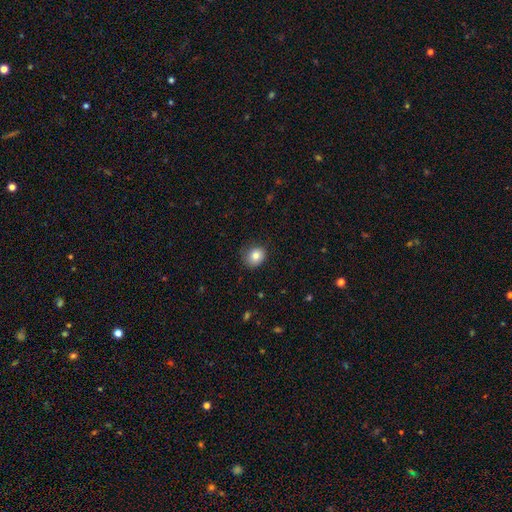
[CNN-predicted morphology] Smooth or featured: smooth — 83% (star or artifact — 10%)
How rounded: round — 73% (in between — 26%)
Merging: none — 79% (minor disturbance — 17%)